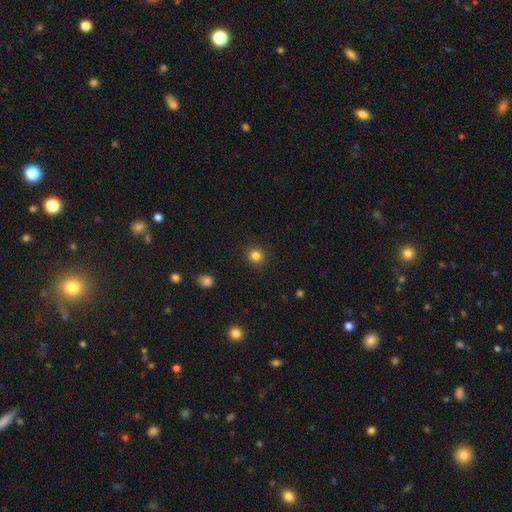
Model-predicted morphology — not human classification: This is clearly a smooth galaxy (84%). How rounded: clearly round (89%). Merging: clearly none (91%).